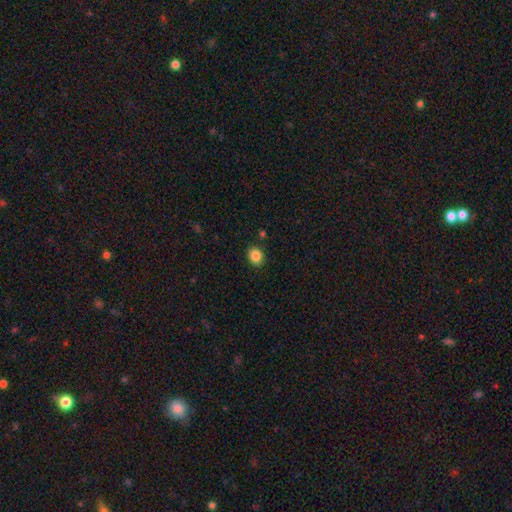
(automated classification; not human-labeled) smooth_or_featured: smooth (p=0.86) [alt: star or artifact p=0.10]
how_rounded: round (p=0.64) [alt: in between p=0.35]
merging: none (p=0.88) [alt: minor disturbance p=0.07]